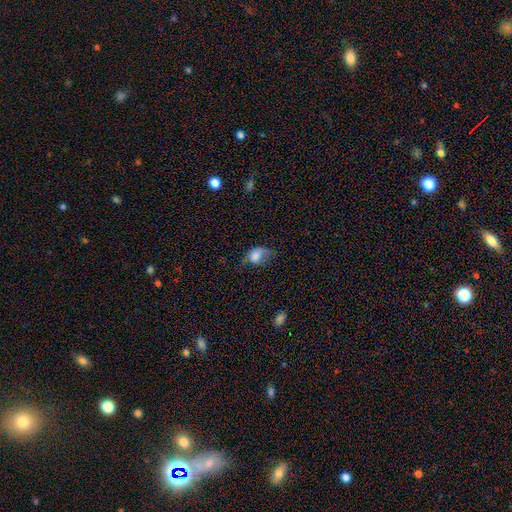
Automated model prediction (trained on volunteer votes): smooth-or-featured: smooth: 75% | featured or disk: 15% | star or artifact: 10%
  how-rounded: in between: 70% | round: 29% | cigar-shaped: 2%
  merging: major disturbance: 36% | minor disturbance: 35% | none: 26% | merger: 3%